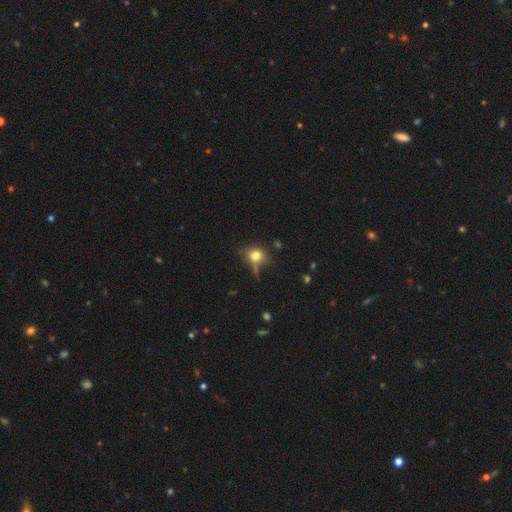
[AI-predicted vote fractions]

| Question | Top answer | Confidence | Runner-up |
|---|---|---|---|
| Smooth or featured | smooth | 75% | star or artifact (13%) |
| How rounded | round | 65% | in between (34%) |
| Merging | none | 59% | minor disturbance (23%) |